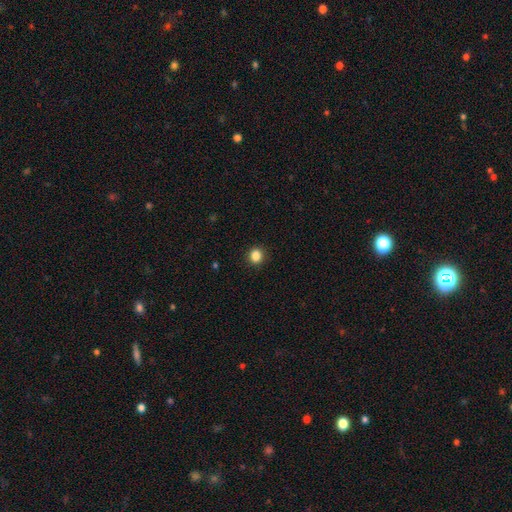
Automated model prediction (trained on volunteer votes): smooth_or_featured: smooth (p=0.85) [alt: star or artifact p=0.11]
how_rounded: round (p=0.81) [alt: in between p=0.18]
merging: none (p=0.91) [alt: minor disturbance p=0.06]